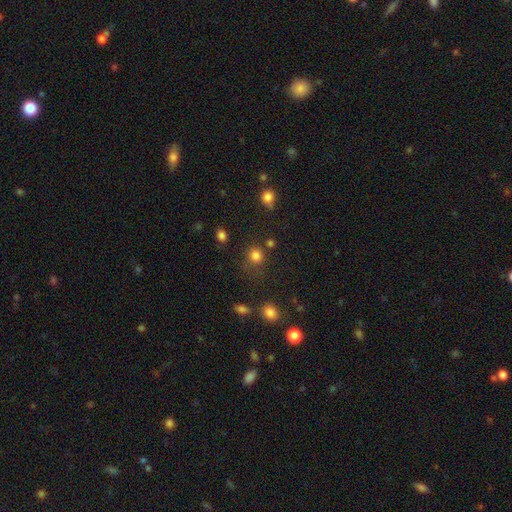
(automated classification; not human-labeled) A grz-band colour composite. It shows a smooth galaxy with no disk features (80%) that is round (88%). Merging: none (74%).